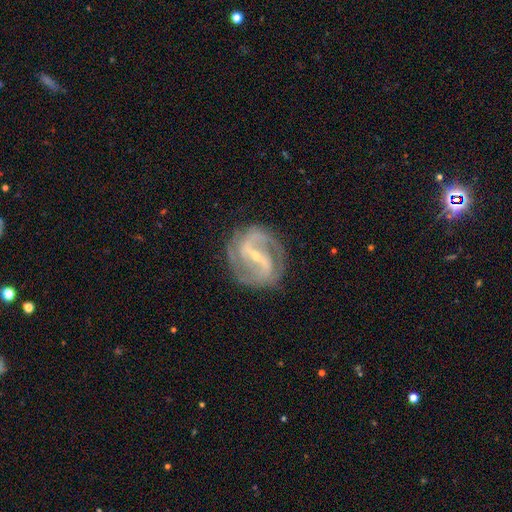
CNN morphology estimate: This is clearly a featured or disk galaxy (90%). It is clearly not viewed edge-on (97%). Bar: likely strong (60%). Spiral arm pattern: clearly yes (96%). Spiral arm count: clearly 2 (83%). Spiral winding: possibly medium (51%). Central bulge: likely small (70%). Merging: likely none (80%).